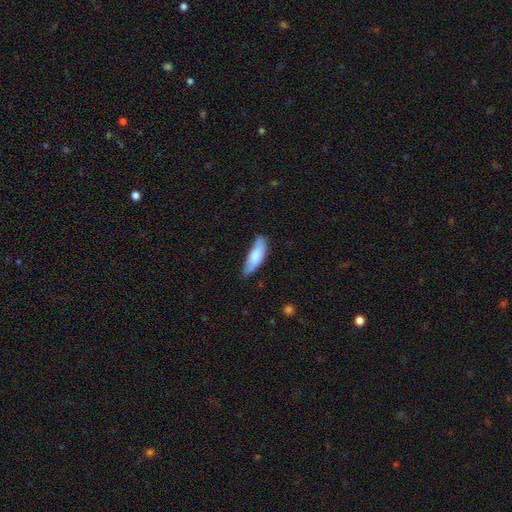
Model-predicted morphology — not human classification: A smooth galaxy with no disk features (80%) that is in between round and cigar-shaped (56%).

Vote fractions:
- Smooth or featured? smooth: 80% / featured or disk: 14% / star or artifact: 6%
- How rounded? in between: 56% / cigar-shaped: 43% / round: 2%
- Merging? none: 71% / minor disturbance: 23% / major disturbance: 4% / merger: 2%